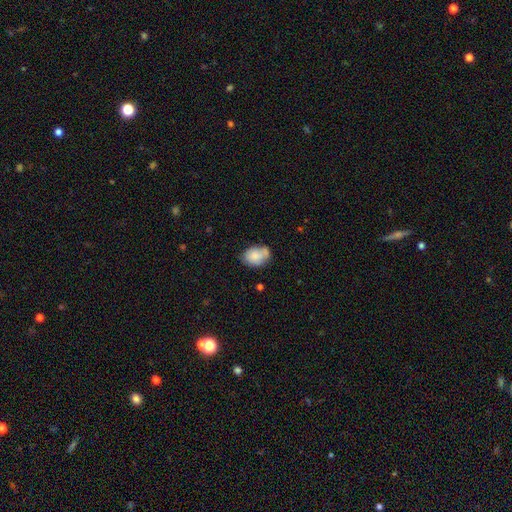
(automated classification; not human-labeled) smooth-or-featured: smooth: 79% | featured or disk: 13% | star or artifact: 8%
  how-rounded: in between: 77% | round: 22% | cigar-shaped: 1%
  merging: none: 48% | minor disturbance: 28% | merger: 16% | major disturbance: 7%